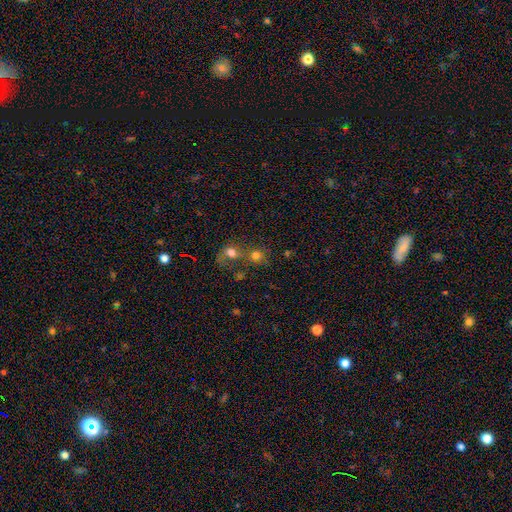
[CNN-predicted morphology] Smooth or featured? Predicted: smooth (p=0.71). How rounded? Predicted: round (p=0.80). Merging? Predicted: merger (p=0.54).